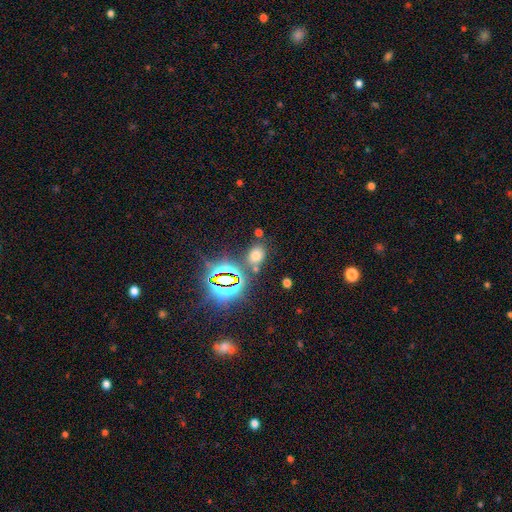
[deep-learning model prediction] Smooth or featured? smooth (58%)
How rounded? in between (68%)
Merging? none (74%)